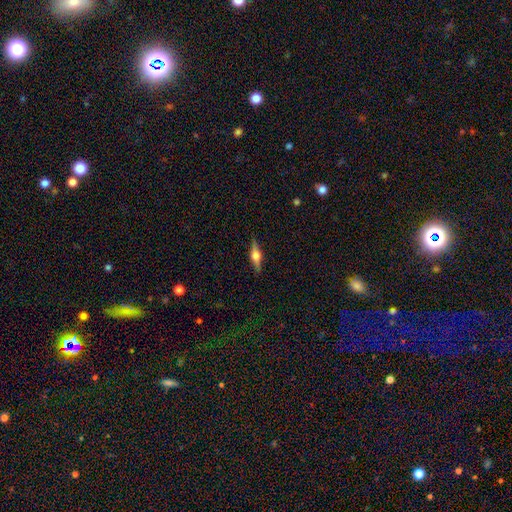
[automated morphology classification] smooth_or_featured: featured or disk (p=0.70) [alt: smooth p=0.24]
disk_edge_on: yes (p=0.97) [alt: no p=0.03]
edge_on_bulge: rounded (p=0.92) [alt: boxy p=0.06]
merging: none (p=0.89) [alt: minor disturbance p=0.08]